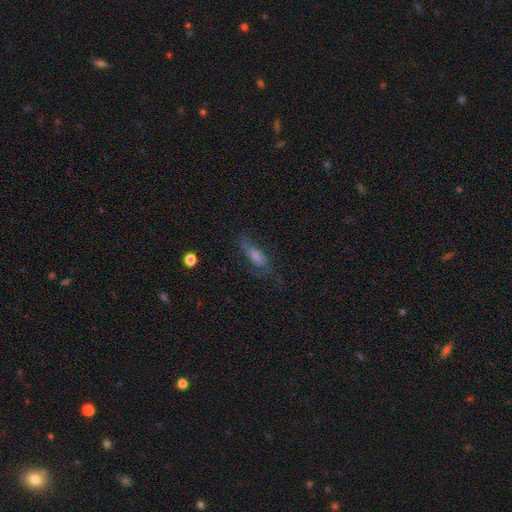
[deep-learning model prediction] featured or disk 51%, smooth 34%, star or artifact 15%. Down the decision tree: edge-on disk — no (71%); merging — none (60%).